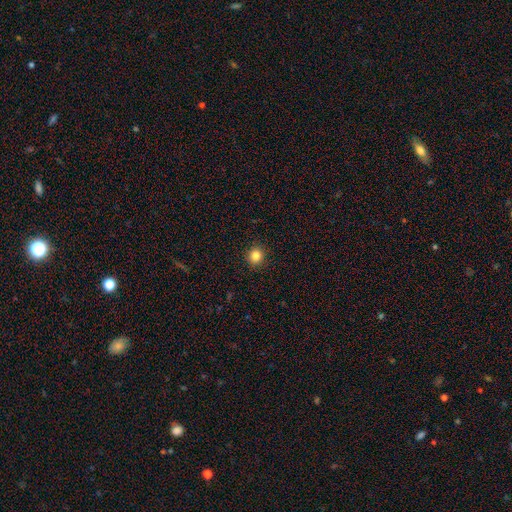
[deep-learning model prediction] Smooth or featured: smooth — 84% (star or artifact — 12%)
How rounded: round — 91% (in between — 8%)
Merging: none — 93% (minor disturbance — 5%)